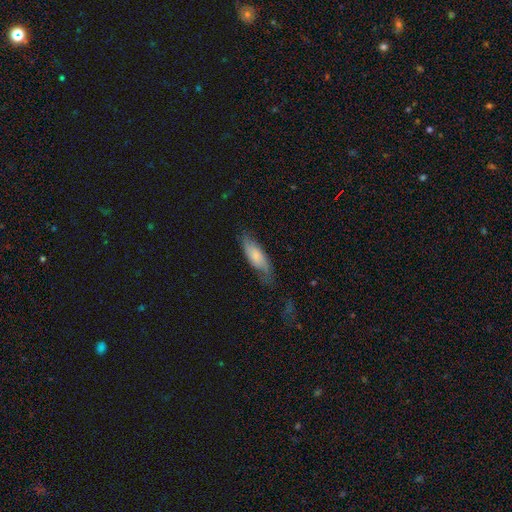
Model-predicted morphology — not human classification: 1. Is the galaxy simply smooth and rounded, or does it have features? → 61% smooth, 32% featured or disk, 6% star or artifact.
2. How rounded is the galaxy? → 63% in between, 35% cigar-shaped, 2% round.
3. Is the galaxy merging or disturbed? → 62% none, 27% minor disturbance, 9% major disturbance, 2% merger.